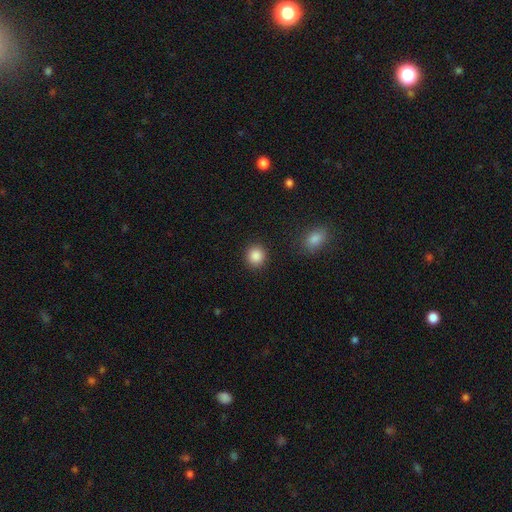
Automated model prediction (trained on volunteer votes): smooth-or-featured: smooth: 88% | star or artifact: 9% | featured or disk: 3%
  how-rounded: round: 89% | in between: 10% | cigar-shaped: 1%
  merging: none: 90% | minor disturbance: 6% | major disturbance: 2% | merger: 2%